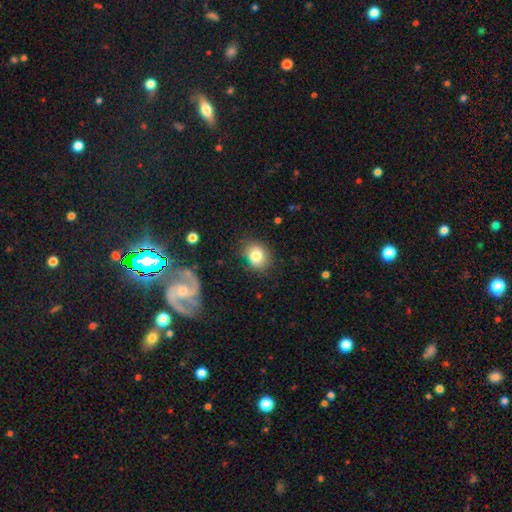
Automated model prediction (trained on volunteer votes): This appears to be a smooth galaxy with no disk features (81%) that is round (54%). Merging: none (77%).